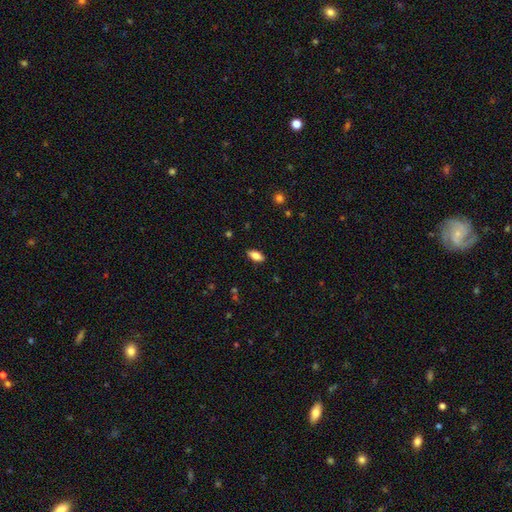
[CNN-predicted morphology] smooth-or-featured: smooth: 79% | featured or disk: 13% | star or artifact: 8%
  how-rounded: in between: 88% | cigar-shaped: 9% | round: 3%
  merging: none: 87% | minor disturbance: 10% | major disturbance: 2% | merger: 1%